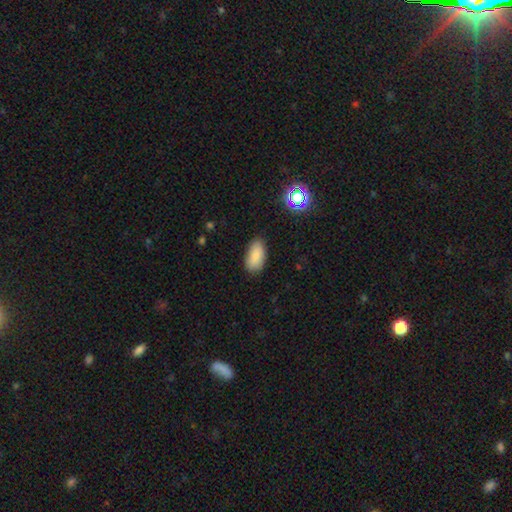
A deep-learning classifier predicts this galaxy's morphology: Overall: smooth (85%). How rounded: in between (93%). Merging: none (82%).